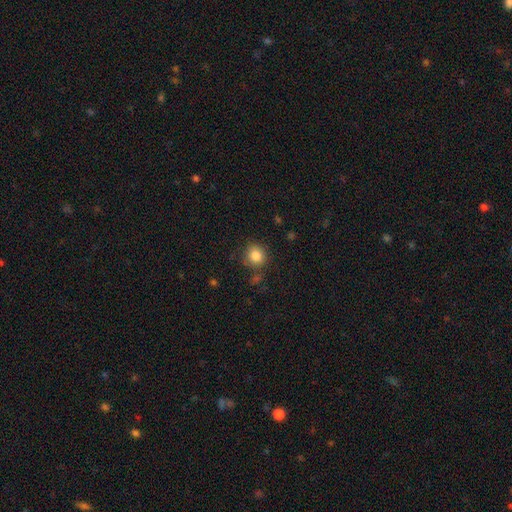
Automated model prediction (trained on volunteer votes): Smooth or featured: smooth — 85% (star or artifact — 10%)
How rounded: round — 86% (in between — 13%)
Merging: none — 79% (minor disturbance — 12%)